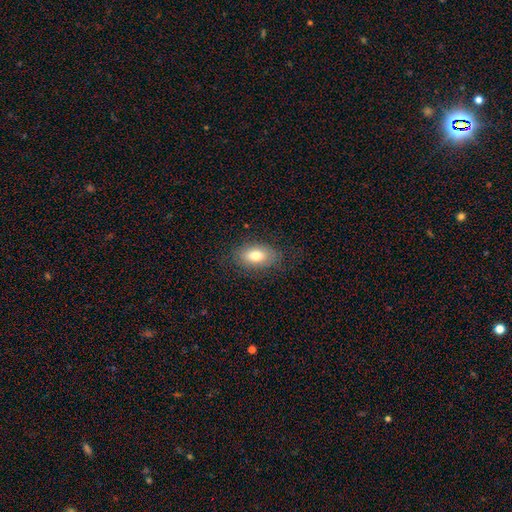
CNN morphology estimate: Smooth or featured? Predicted: smooth (p=0.77). How rounded? Predicted: in between (p=0.89). Merging? Predicted: none (p=0.81).